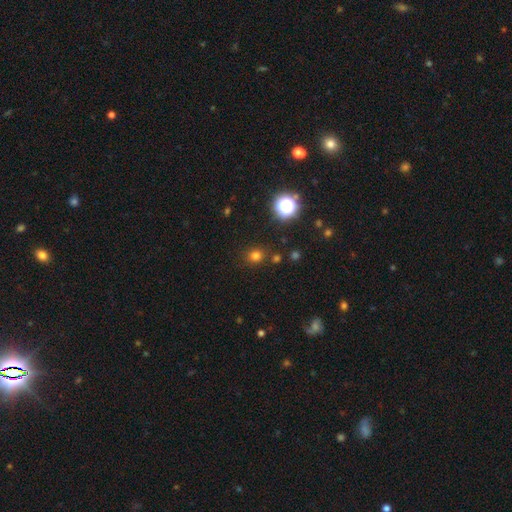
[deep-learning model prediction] This is likely a smooth galaxy (74%). How rounded: clearly round (83%). Merging: clearly none (85%).